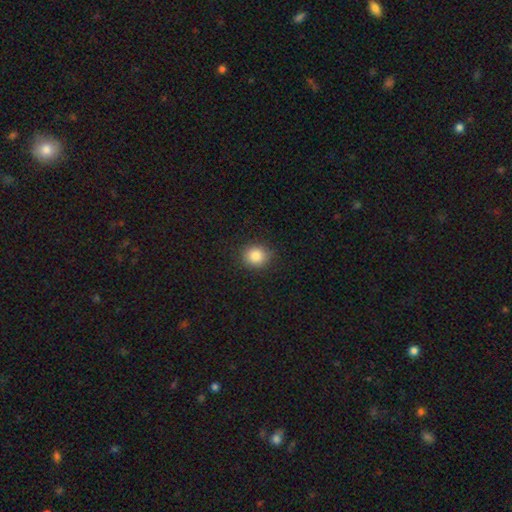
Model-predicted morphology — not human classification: smooth_or_featured: smooth (p=0.85) [alt: star or artifact p=0.10]
how_rounded: round (p=0.80) [alt: in between p=0.19]
merging: none (p=0.87) [alt: minor disturbance p=0.09]